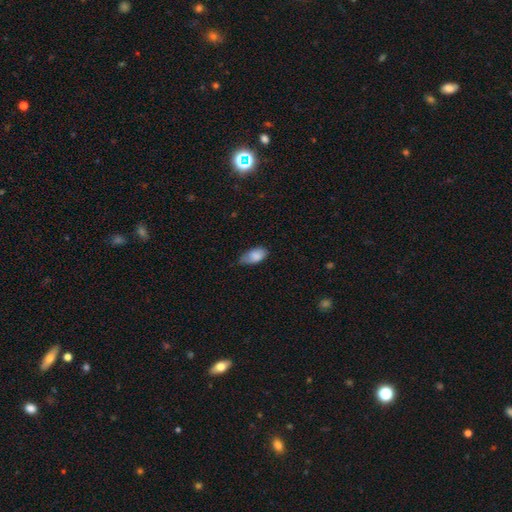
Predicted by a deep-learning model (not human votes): Smooth or featured? Predicted: smooth (p=0.85). How rounded? Predicted: in between (p=0.92). Merging? Predicted: none (p=0.49).